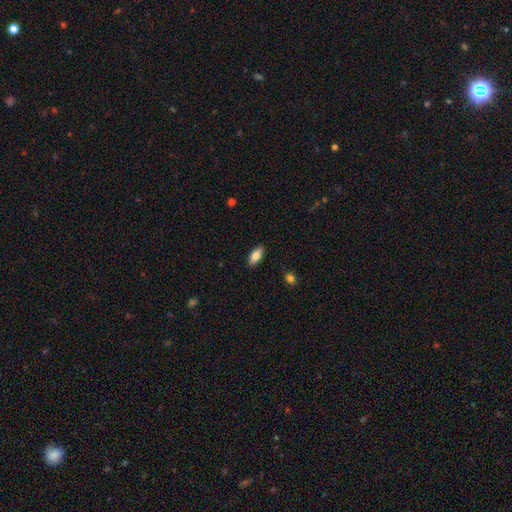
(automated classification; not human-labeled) The model was most divided on "smooth or featured": smooth: 78%, featured or disk: 15%, star or artifact: 6%. More confident: merging — none (89%); how rounded — in between (82%).